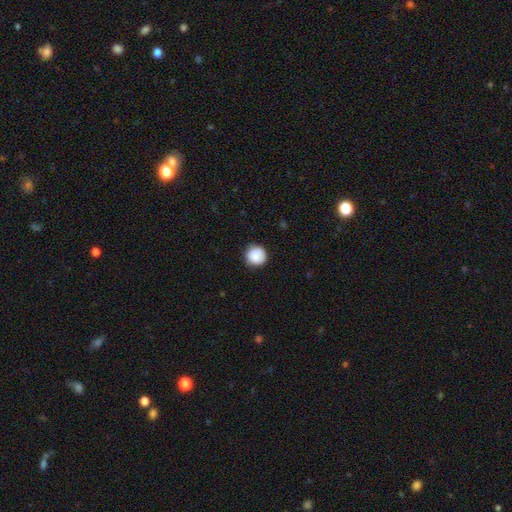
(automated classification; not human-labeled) Smooth or featured?
  - smooth: 84% *
  - featured or disk: 8%
  - star or artifact: 8%
How rounded?
  - round: 94% *
  - in between: 5%
  - cigar-shaped: 1%
Merging?
  - none: 82% *
  - minor disturbance: 14%
  - major disturbance: 3%
  - merger: 1%